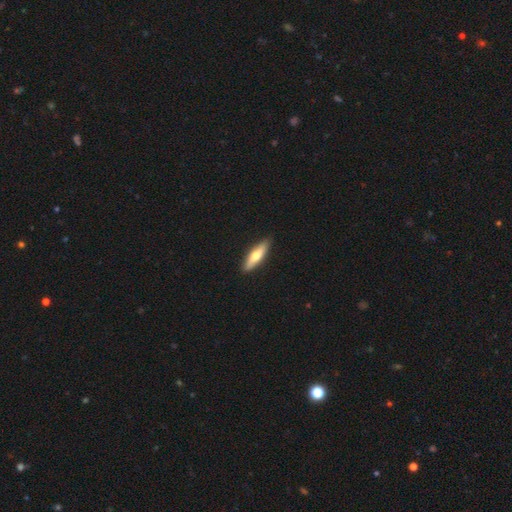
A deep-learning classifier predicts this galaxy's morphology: This is possibly a smooth galaxy (58%). How rounded: likely cigar-shaped (66%). Merging: clearly none (89%).